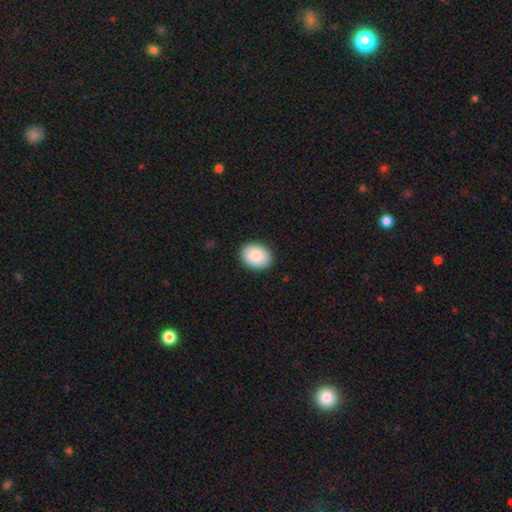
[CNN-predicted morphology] This is clearly a smooth galaxy (88%). How rounded: likely in between (64%). Merging: clearly none (90%).